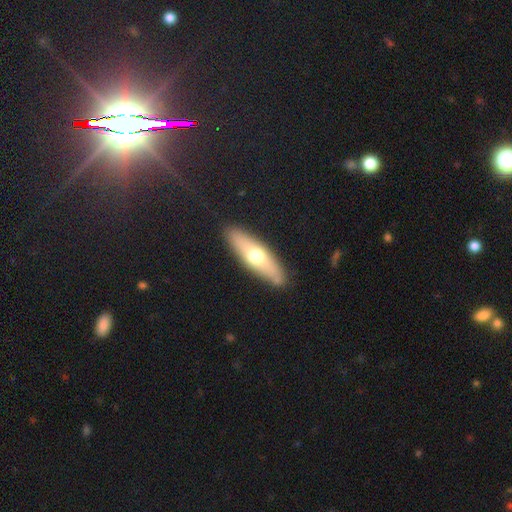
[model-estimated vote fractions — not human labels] A smooth galaxy with no disk features (57%) that is cigar-shaped (57%).

Vote fractions:
- Smooth or featured? smooth: 57% / featured or disk: 38% / star or artifact: 6%
- How rounded? cigar-shaped: 57% / in between: 40% / round: 2%
- Merging? none: 87% / minor disturbance: 9% / major disturbance: 2% / merger: 2%